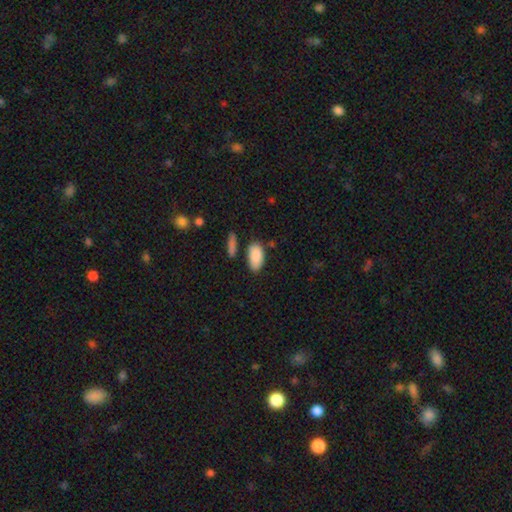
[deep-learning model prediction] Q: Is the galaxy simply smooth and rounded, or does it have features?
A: smooth — 88%.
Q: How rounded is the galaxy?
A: in between — 92%.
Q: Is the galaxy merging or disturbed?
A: none — 71%.